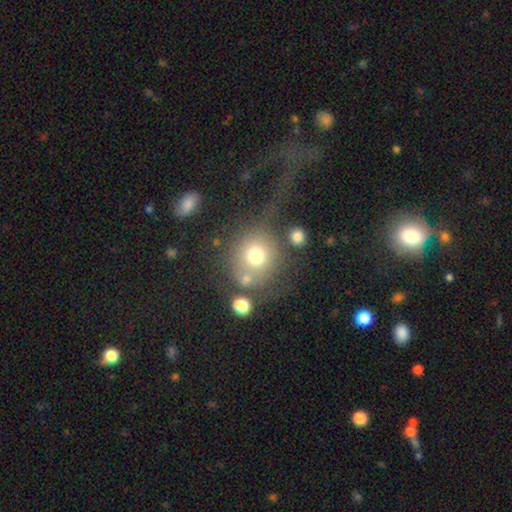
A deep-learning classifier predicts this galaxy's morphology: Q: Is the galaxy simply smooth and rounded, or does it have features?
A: smooth — 70%.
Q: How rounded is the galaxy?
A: round — 88%.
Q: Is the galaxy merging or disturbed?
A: none — 54%.